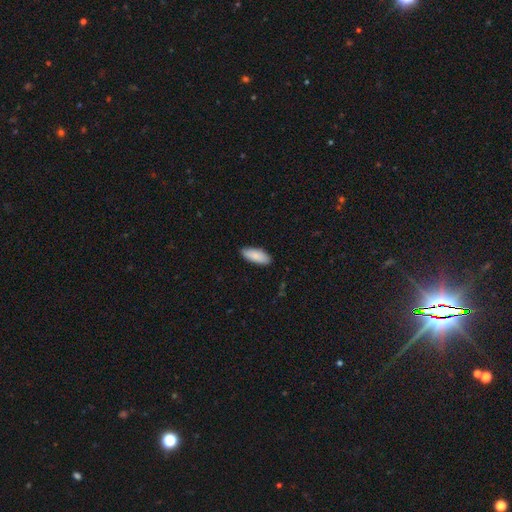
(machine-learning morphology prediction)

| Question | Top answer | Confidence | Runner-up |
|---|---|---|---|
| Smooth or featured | smooth | 88% | featured or disk (7%) |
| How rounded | in between | 80% | cigar-shaped (19%) |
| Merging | none | 88% | minor disturbance (9%) |